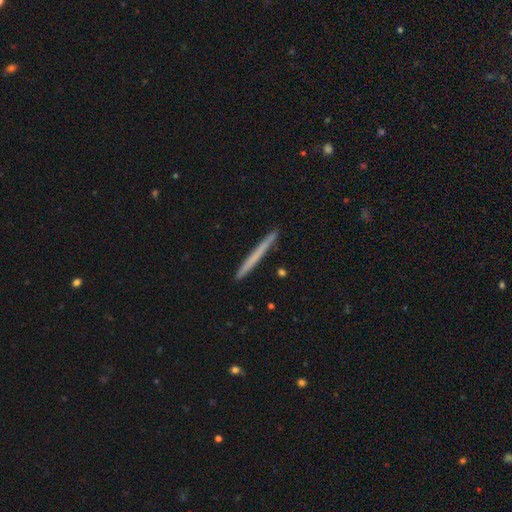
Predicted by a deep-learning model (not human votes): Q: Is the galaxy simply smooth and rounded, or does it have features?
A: smooth — 57%.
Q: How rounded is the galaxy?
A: cigar-shaped — 97%.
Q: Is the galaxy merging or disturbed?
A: none — 92%.